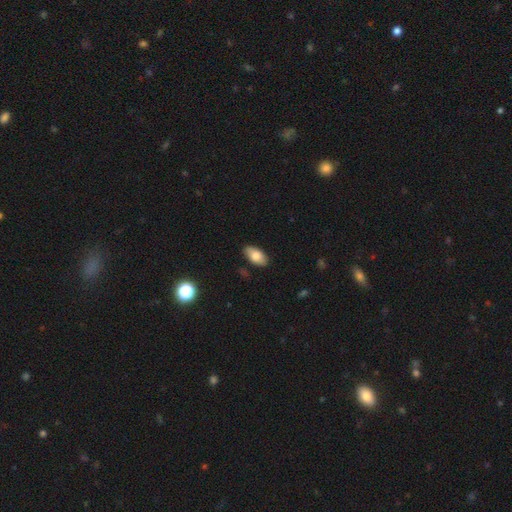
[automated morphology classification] smooth_or_featured: smooth (p=0.80) [alt: featured or disk p=0.13]
how_rounded: in between (p=0.93) [alt: cigar-shaped p=0.04]
merging: none (p=0.84) [alt: minor disturbance p=0.12]